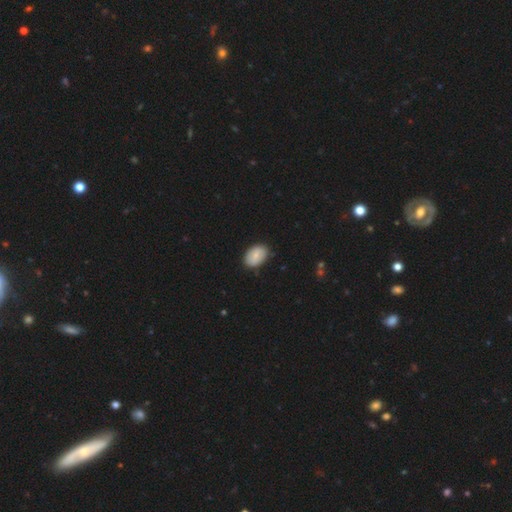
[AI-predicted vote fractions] This is likely a smooth galaxy (76%). How rounded: clearly in between (87%). Merging: clearly none (84%).